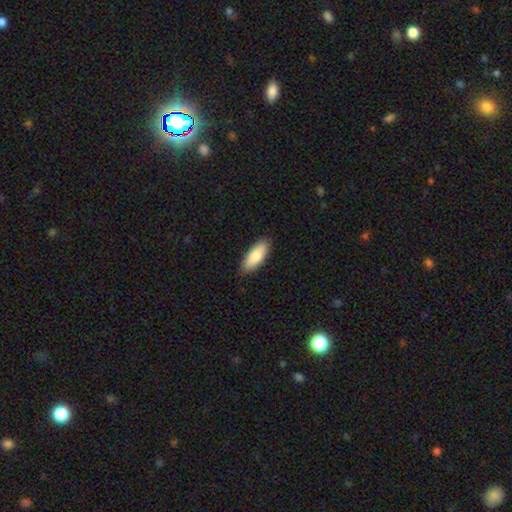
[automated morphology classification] type=smooth (80%); roundness=in between (76%); merging=none (87%).